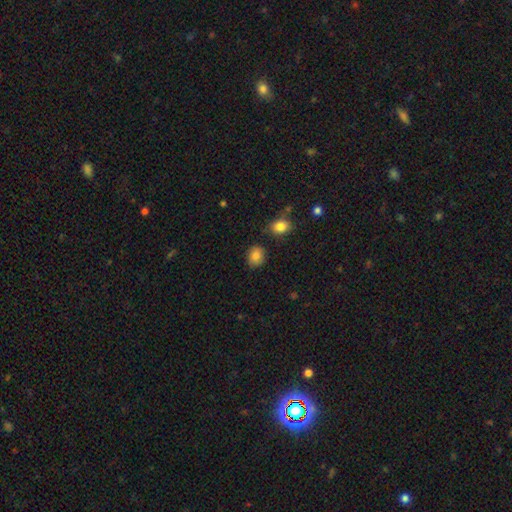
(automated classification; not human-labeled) Smooth or featured?
  - smooth: 86% *
  - star or artifact: 9%
  - featured or disk: 5%
How rounded?
  - round: 64% *
  - in between: 35%
  - cigar-shaped: 1%
Merging?
  - none: 83% *
  - minor disturbance: 11%
  - merger: 3%
  - major disturbance: 3%